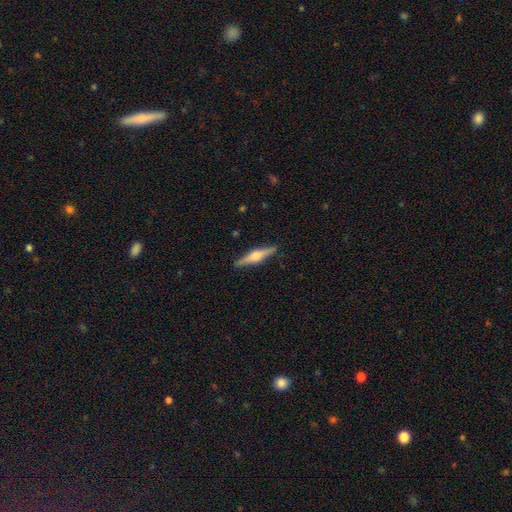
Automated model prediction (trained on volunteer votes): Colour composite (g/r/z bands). It shows a featured or disk galaxy (71%) viewed edge-on (98%) with a rounded central bulge (88%). Merging: none (90%).